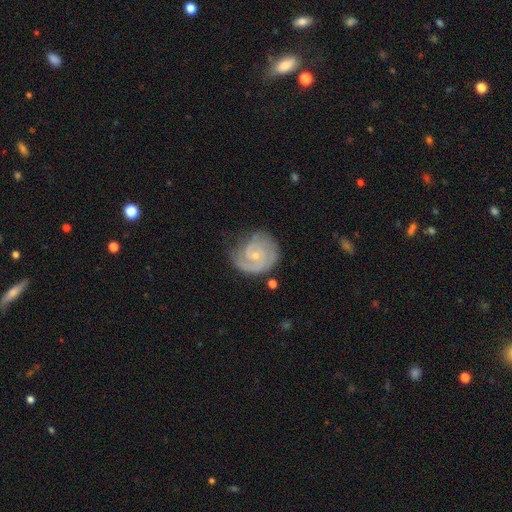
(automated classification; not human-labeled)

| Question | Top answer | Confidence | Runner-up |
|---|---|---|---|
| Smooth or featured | featured or disk | 85% | smooth (10%) |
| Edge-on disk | no | 98% | yes (2%) |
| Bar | no | 70% | weak (26%) |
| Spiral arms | yes | 96% | no (4%) |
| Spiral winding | tight | 68% | medium (26%) |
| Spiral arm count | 2 | 51% | 3 (17%) |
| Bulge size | small | 75% | moderate (21%) |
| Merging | none | 69% | minor disturbance (21%) |